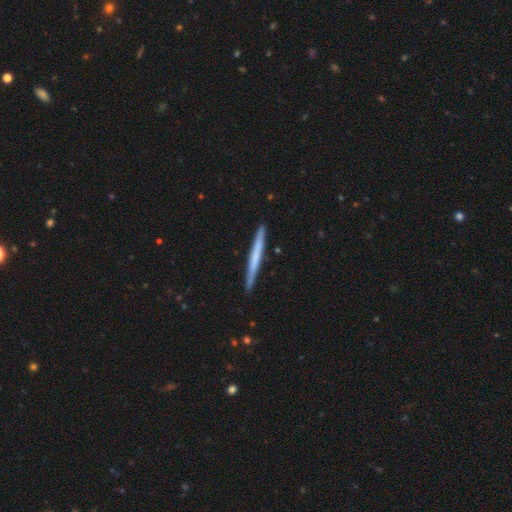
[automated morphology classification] Smooth or featured? smooth (52%)
How rounded? cigar-shaped (97%)
Merging? none (91%)